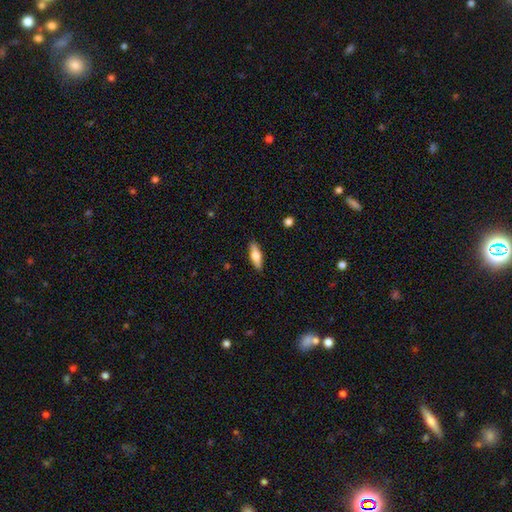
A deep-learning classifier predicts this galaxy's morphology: A smooth galaxy with no disk features (63%) that is in between round and cigar-shaped (54%).

Vote fractions:
- Smooth or featured? smooth: 63% / featured or disk: 30% / star or artifact: 6%
- How rounded? in between: 54% / cigar-shaped: 43% / round: 3%
- Merging? none: 88% / minor disturbance: 9% / major disturbance: 2% / merger: 1%